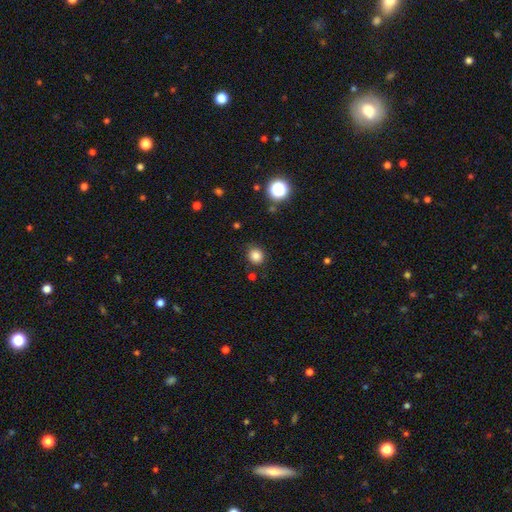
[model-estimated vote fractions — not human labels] A smooth galaxy with no disk features (83%) that is round (83%). Merging: none (85%).